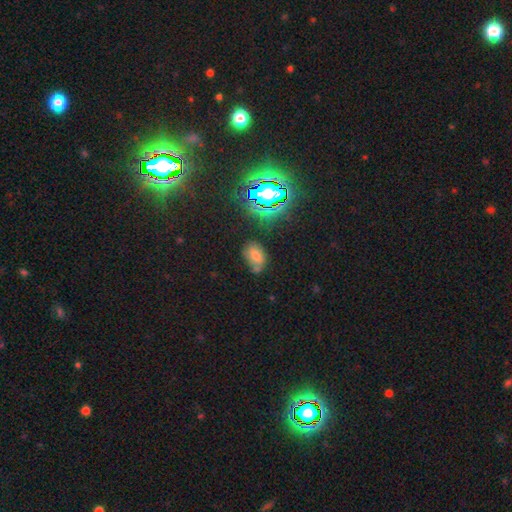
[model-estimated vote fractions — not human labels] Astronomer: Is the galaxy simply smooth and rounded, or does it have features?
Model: smooth — 56% (runner-up: star or artifact, 31%).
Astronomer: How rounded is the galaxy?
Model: in between — 83%.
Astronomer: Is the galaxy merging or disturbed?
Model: none — 59%.